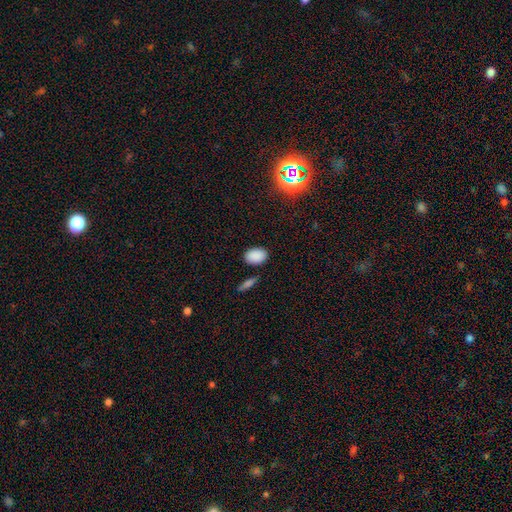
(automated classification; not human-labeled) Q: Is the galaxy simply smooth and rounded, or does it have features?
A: smooth — 87%.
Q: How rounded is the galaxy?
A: in between — 85%.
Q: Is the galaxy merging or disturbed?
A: none — 84%.